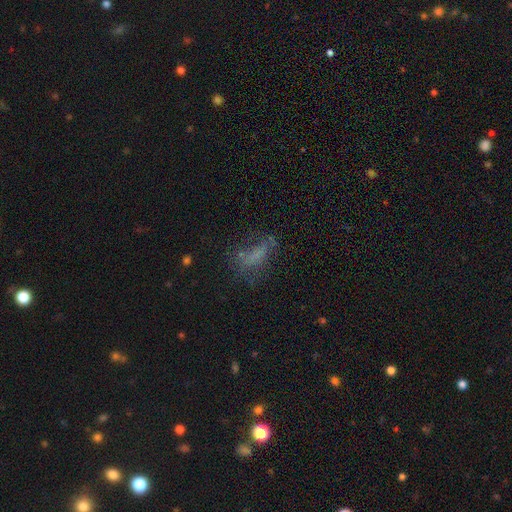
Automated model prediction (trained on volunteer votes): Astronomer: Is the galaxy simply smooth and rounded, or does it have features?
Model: smooth — 51% (runner-up: featured or disk, 29%).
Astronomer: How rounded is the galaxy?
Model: in between — 58% (runner-up: cigar-shaped, 36%).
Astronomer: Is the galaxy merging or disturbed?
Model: none — 46% (runner-up: major disturbance, 27%).